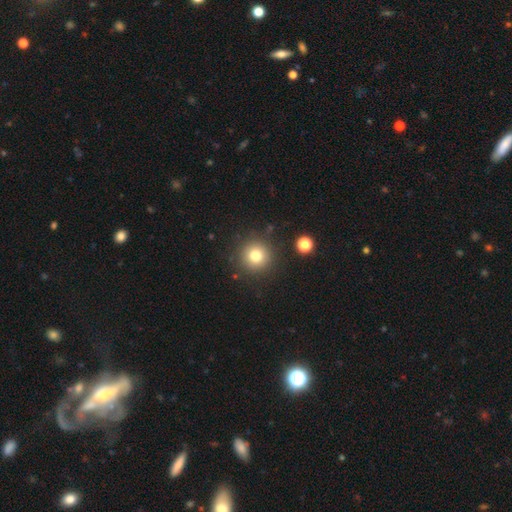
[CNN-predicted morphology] smooth-or-featured: smooth: 78% | star or artifact: 13% | featured or disk: 10%
  how-rounded: round: 95% | in between: 4% | cigar-shaped: 1%
  merging: none: 88% | minor disturbance: 7% | major disturbance: 3% | merger: 3%